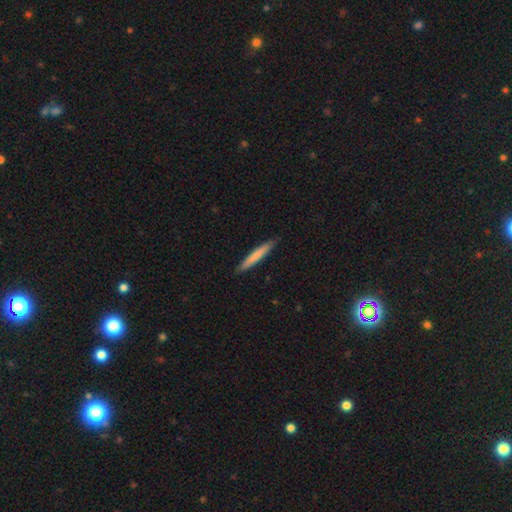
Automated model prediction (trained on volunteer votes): Smooth or featured: smooth — 74% (featured or disk — 21%)
How rounded: cigar-shaped — 95% (in between — 4%)
Merging: none — 89% (minor disturbance — 8%)